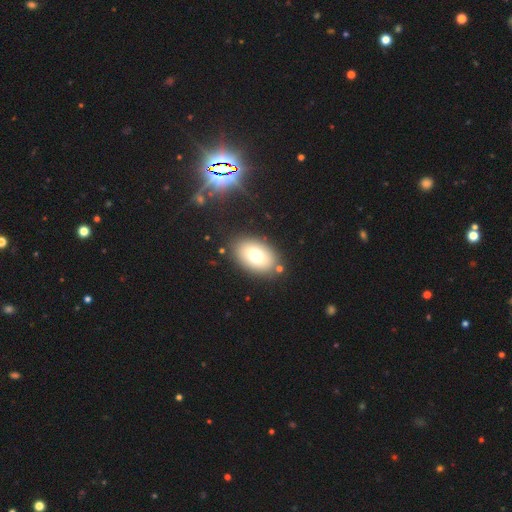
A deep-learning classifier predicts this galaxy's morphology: A smooth galaxy with no disk features (75%) that is in between round and cigar-shaped (87%).

Vote fractions:
- Smooth or featured? smooth: 75% / featured or disk: 15% / star or artifact: 10%
- How rounded? in between: 87% / round: 12% / cigar-shaped: 1%
- Merging? none: 84% / minor disturbance: 10% / merger: 4% / major disturbance: 3%